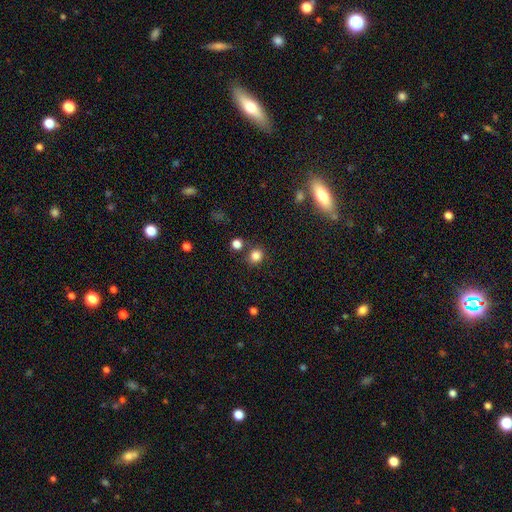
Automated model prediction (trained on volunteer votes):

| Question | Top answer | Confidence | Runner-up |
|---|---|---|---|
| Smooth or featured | smooth | 82% | star or artifact (13%) |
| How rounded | round | 86% | in between (13%) |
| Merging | none | 79% | minor disturbance (9%) |